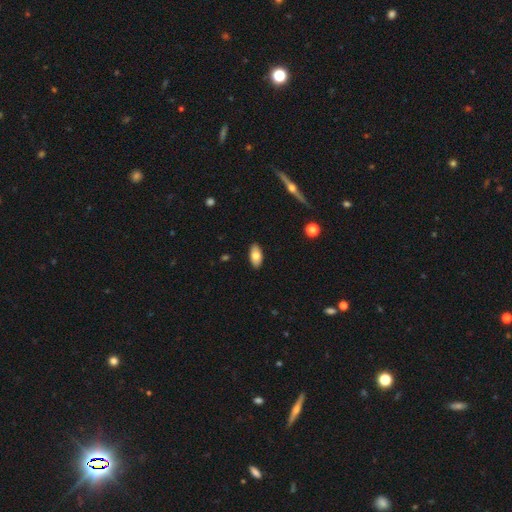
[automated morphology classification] Smooth or featured?
  - smooth: 79% *
  - featured or disk: 15%
  - star or artifact: 7%
How rounded?
  - in between: 93% *
  - cigar-shaped: 5%
  - round: 2%
Merging?
  - none: 89% *
  - minor disturbance: 8%
  - major disturbance: 2%
  - merger: 1%